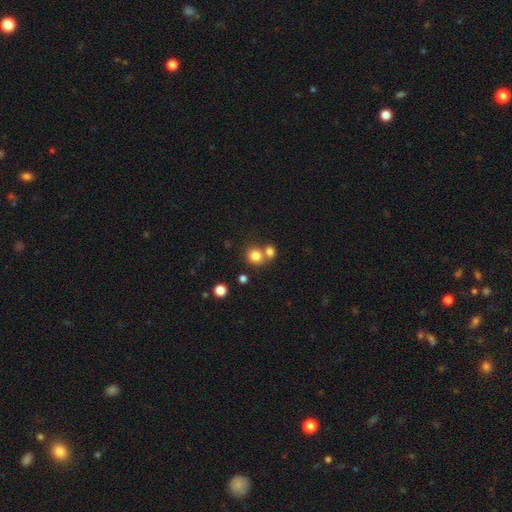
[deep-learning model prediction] smooth_or_featured: smooth (p=0.80) [alt: star or artifact p=0.12]
how_rounded: round (p=0.86) [alt: in between p=0.13]
merging: none (p=0.53) [alt: merger p=0.37]